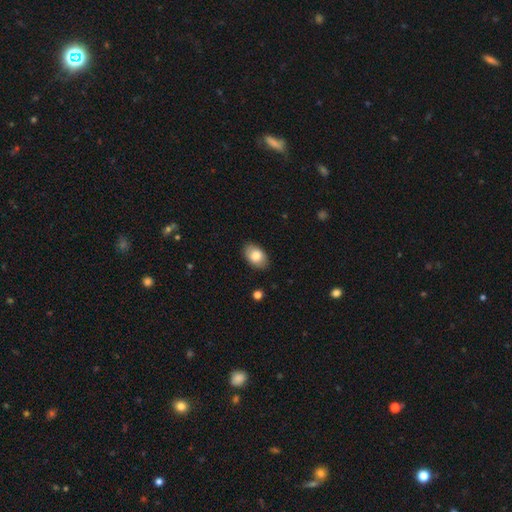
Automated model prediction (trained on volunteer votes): Overall: smooth (82%). How rounded: in between (89%). Merging: none (87%).